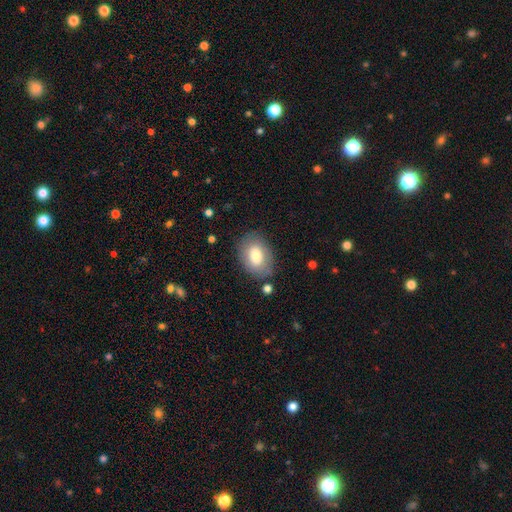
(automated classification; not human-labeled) Smooth or featured? Predicted: smooth (p=0.75). How rounded? Predicted: in between (p=0.79). Merging? Predicted: none (p=0.78).